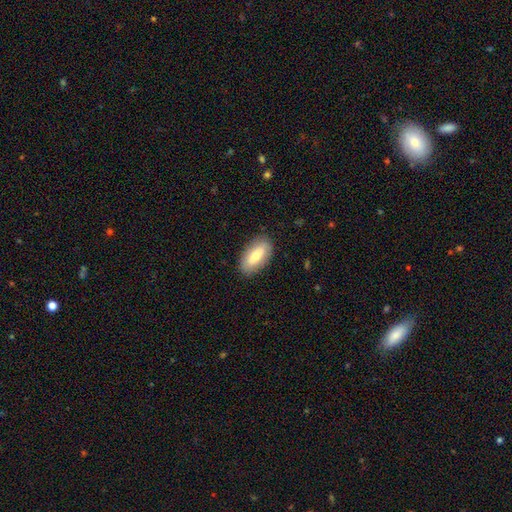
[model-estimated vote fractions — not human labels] smooth-or-featured: smooth: 69% | featured or disk: 25% | star or artifact: 6%
  how-rounded: in between: 89% | cigar-shaped: 8% | round: 3%
  merging: none: 86% | minor disturbance: 10% | major disturbance: 3% | merger: 1%